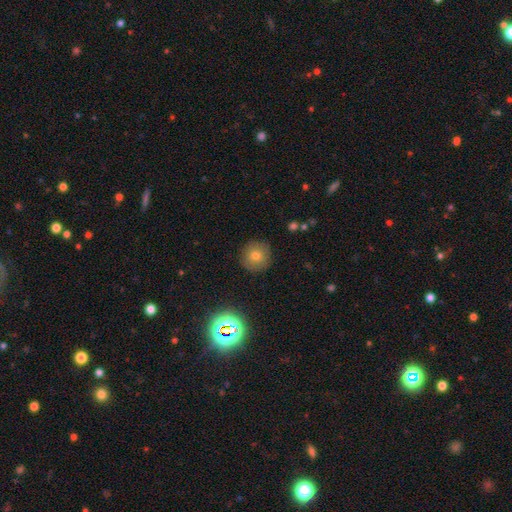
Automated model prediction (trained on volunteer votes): A smooth galaxy with no disk features (72%) that is round (94%). Merging: none (88%).